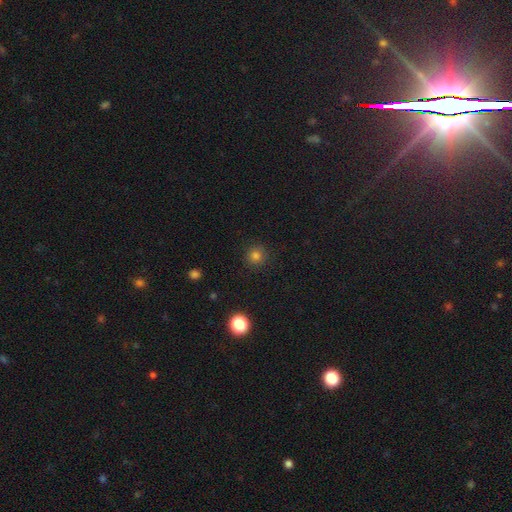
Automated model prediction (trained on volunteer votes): Morphology: type=smooth (80%); roundness=round (93%); merging=none (91%).